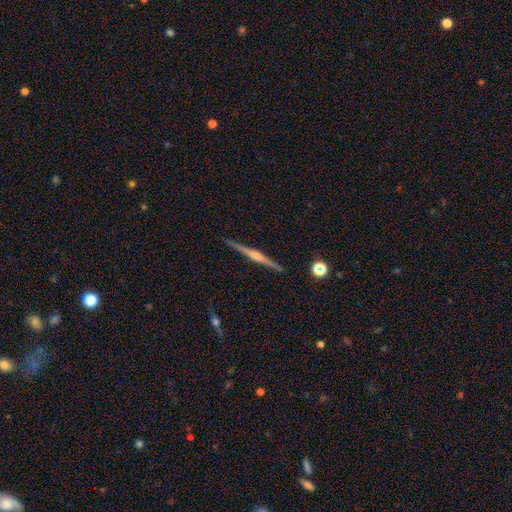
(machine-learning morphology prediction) smooth-or-featured: featured or disk: 82% | smooth: 12% | star or artifact: 6%
  disk-edge-on: yes: 99% | no: 1%
    edge-on-bulge: rounded: 80% | boxy: 11% | none: 9%
  merging: none: 91% | minor disturbance: 6% | major disturbance: 1% | merger: 1%